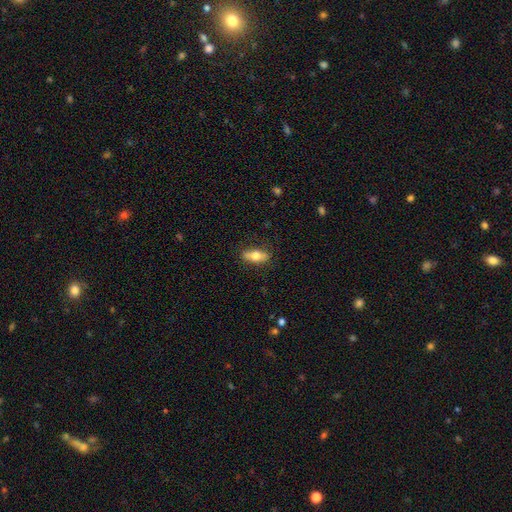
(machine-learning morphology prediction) A smooth galaxy with no disk features (68%) that is in between round and cigar-shaped (68%). Merging: none (84%).